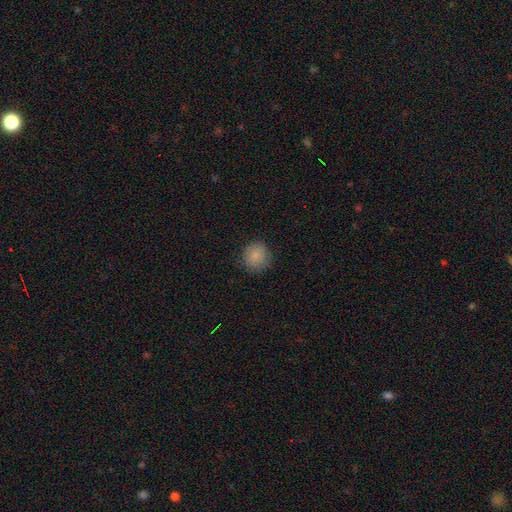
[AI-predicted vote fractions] Smooth or featured? Predicted: smooth (p=0.86). How rounded? Predicted: round (p=0.93). Merging? Predicted: none (p=0.87).